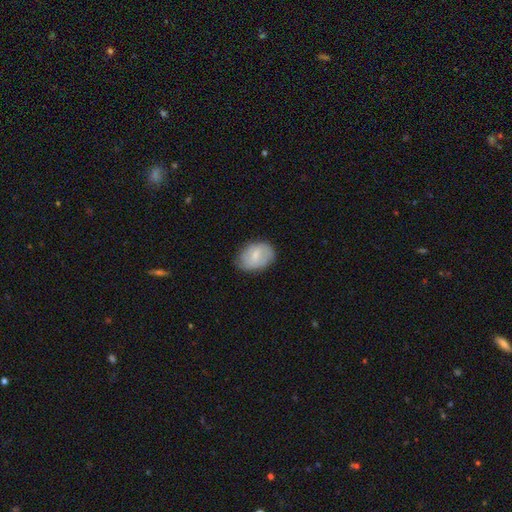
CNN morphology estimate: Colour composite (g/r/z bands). It shows a smooth galaxy with no disk features (57%) that is in between round and cigar-shaped (79%). Merging: none (73%).